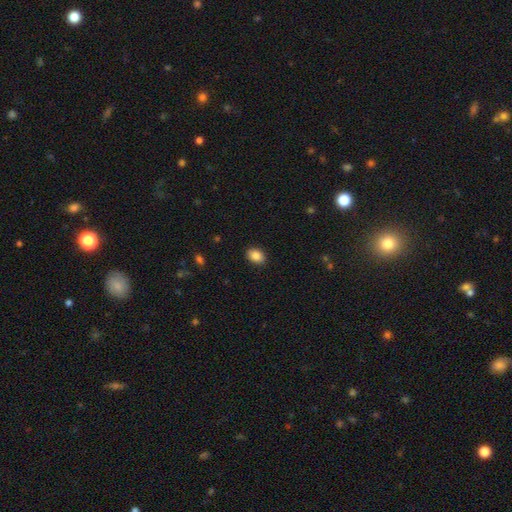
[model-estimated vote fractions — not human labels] Overall: smooth (87%). How rounded: in between (75%). Merging: none (89%).